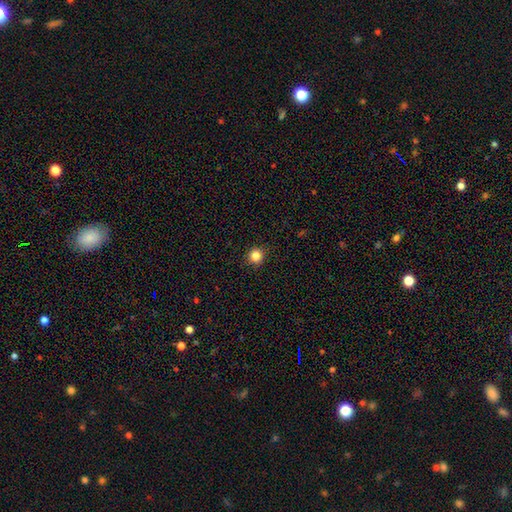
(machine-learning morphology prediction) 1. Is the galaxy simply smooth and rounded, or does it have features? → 84% smooth, 12% star or artifact, 4% featured or disk.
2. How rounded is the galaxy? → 94% round, 5% in between, 1% cigar-shaped.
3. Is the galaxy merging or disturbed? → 91% none, 6% minor disturbance, 2% major disturbance, 1% merger.